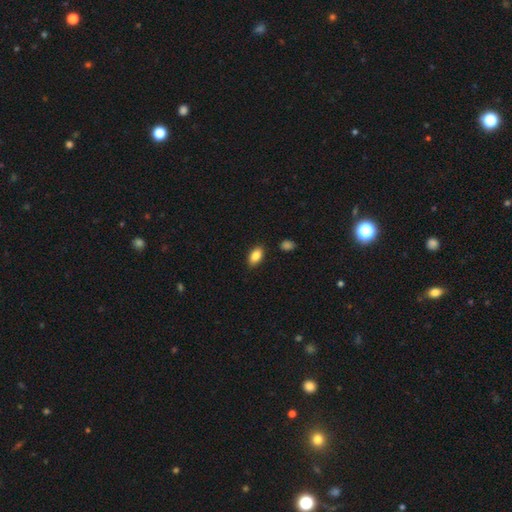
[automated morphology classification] Smooth or featured?
  - smooth: 85% *
  - featured or disk: 8%
  - star or artifact: 7%
How rounded?
  - in between: 91% *
  - round: 5%
  - cigar-shaped: 4%
Merging?
  - none: 87% *
  - minor disturbance: 10%
  - major disturbance: 2%
  - merger: 2%